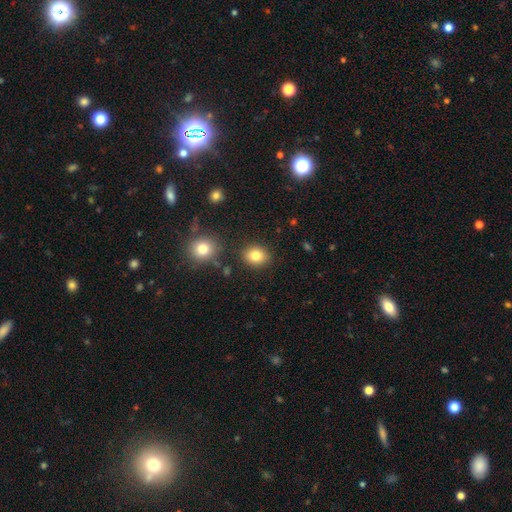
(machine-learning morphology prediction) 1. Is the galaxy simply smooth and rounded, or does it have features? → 81% smooth, 11% star or artifact, 8% featured or disk.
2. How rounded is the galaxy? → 60% round, 39% in between, 1% cigar-shaped.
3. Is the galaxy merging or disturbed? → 85% none, 8% minor disturbance, 4% merger, 3% major disturbance.